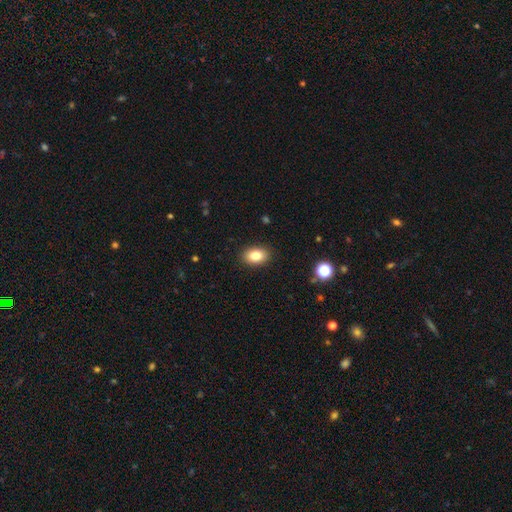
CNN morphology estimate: Smooth or featured: smooth — 83% (star or artifact — 9%)
How rounded: in between — 81% (round — 18%)
Merging: none — 89% (minor disturbance — 8%)